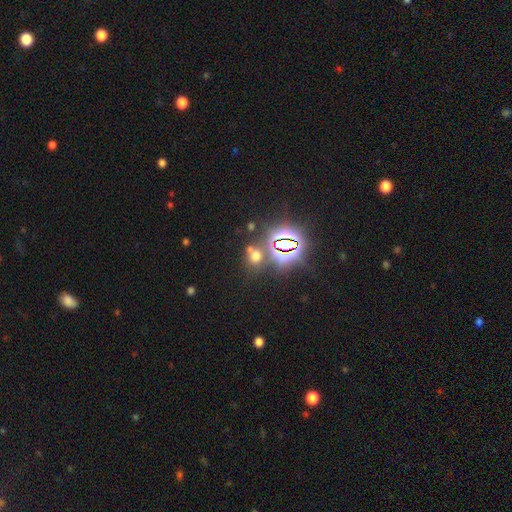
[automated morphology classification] Smooth or featured: star or artifact — 48% (smooth — 44%)